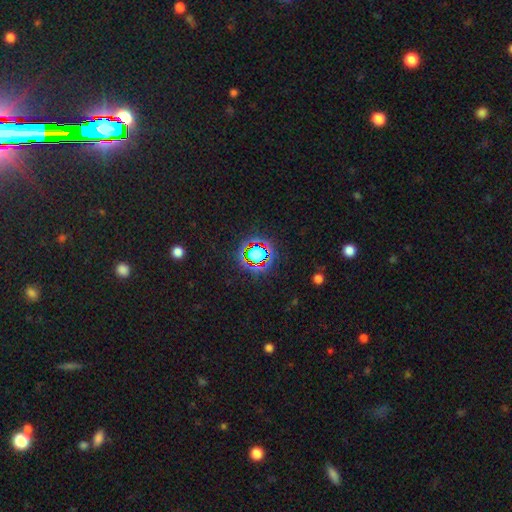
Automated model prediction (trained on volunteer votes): Q: Smooth or featured?
A: star or artifact (67%); runner-up: smooth (21%)